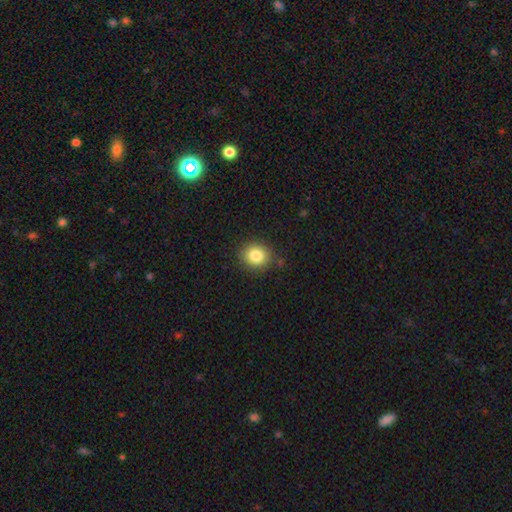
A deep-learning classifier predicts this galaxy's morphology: This appears to be a smooth galaxy with no disk features (83%) that is round (77%). Merging: none (85%).